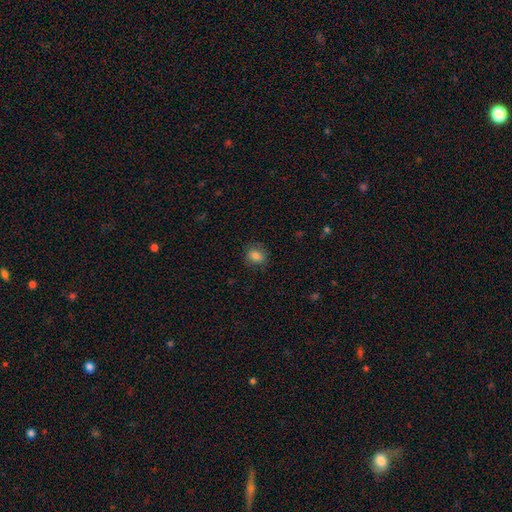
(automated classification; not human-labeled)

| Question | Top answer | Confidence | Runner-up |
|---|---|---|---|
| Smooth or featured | smooth | 83% | star or artifact (10%) |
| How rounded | round | 56% | in between (42%) |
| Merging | none | 81% | minor disturbance (14%) |